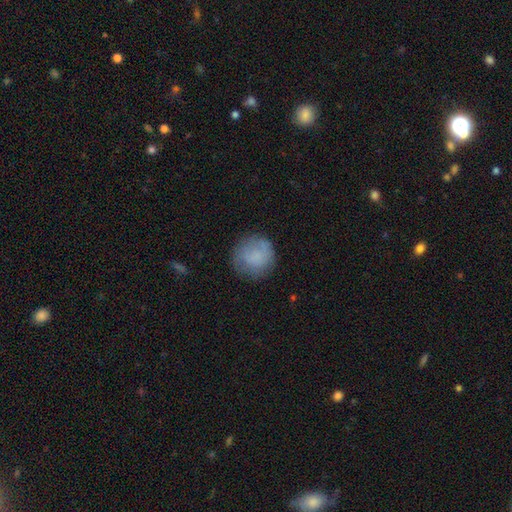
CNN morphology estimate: Smooth or featured? smooth (75%)
How rounded? round (91%)
Merging? none (74%)